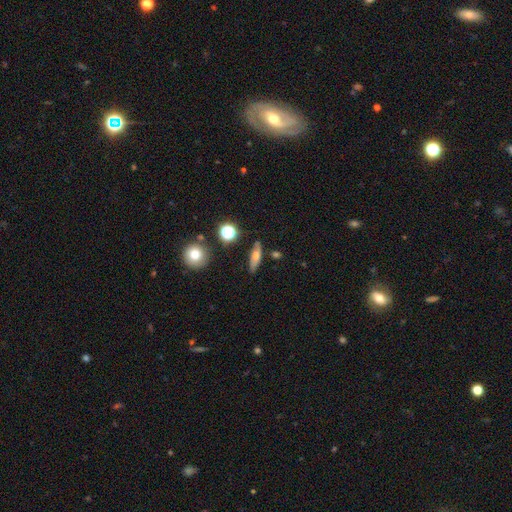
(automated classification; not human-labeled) Overall: smooth (55%; featured or disk 34%). How rounded: cigar-shaped (49%; in between 42%). Merging: none (81%).